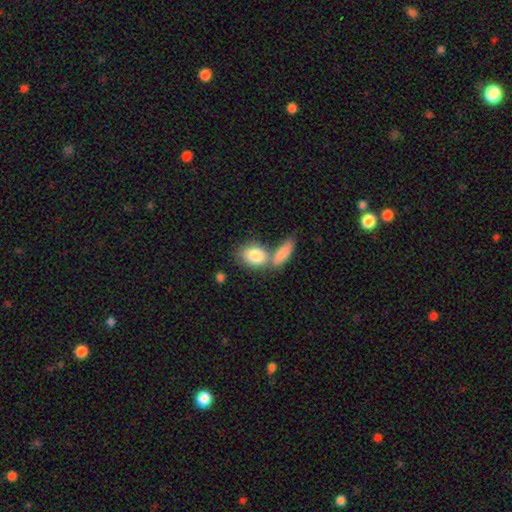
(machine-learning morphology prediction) Smooth or featured? Predicted: smooth (p=0.82). How rounded? Predicted: in between (p=0.72). Merging? Predicted: merger (p=0.44).